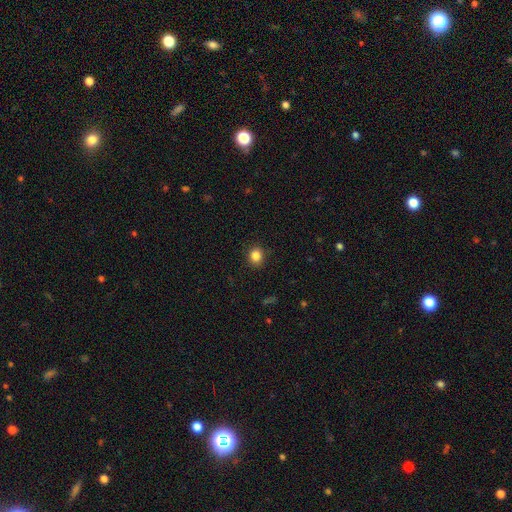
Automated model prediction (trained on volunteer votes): Overall: smooth (85%). How rounded: round (77%). Merging: none (89%).